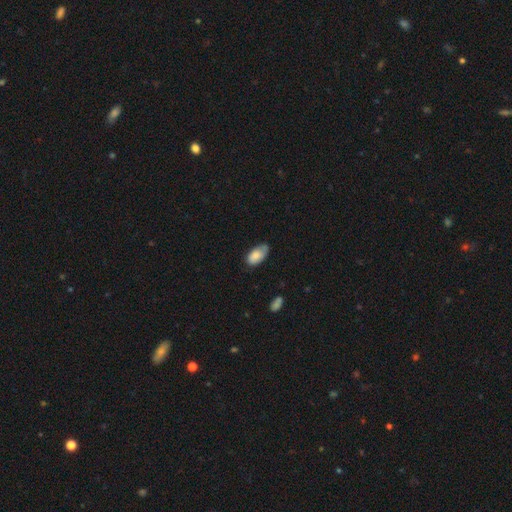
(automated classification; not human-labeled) A smooth galaxy with no disk features (80%) that is in between round and cigar-shaped (94%).

Vote fractions:
- Smooth or featured? smooth: 80% / featured or disk: 13% / star or artifact: 7%
- How rounded? in between: 94% / round: 3% / cigar-shaped: 3%
- Merging? none: 57% / minor disturbance: 33% / major disturbance: 7% / merger: 2%